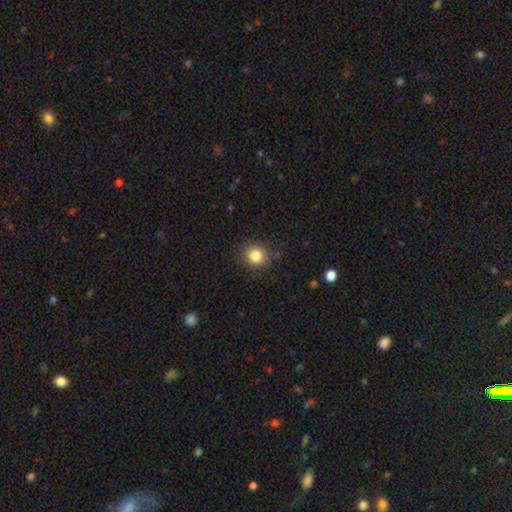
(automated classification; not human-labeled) smooth_or_featured: smooth (p=0.84) [alt: star or artifact p=0.11]
how_rounded: round (p=0.86) [alt: in between p=0.13]
merging: none (p=0.87) [alt: minor disturbance p=0.09]